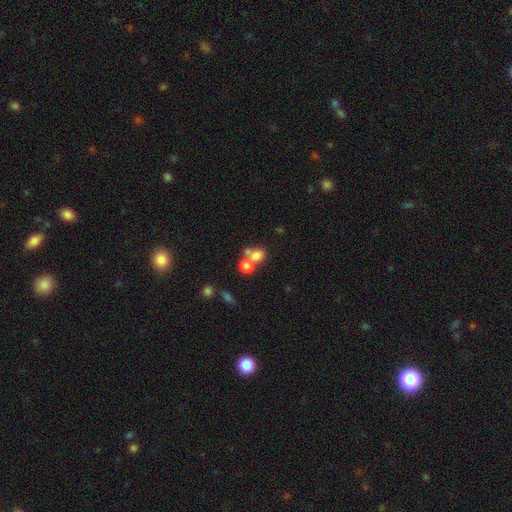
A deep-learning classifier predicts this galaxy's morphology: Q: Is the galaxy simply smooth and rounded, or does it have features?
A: smooth — 76%.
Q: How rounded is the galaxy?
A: round — 60%.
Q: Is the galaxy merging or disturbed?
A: merger — 52%.